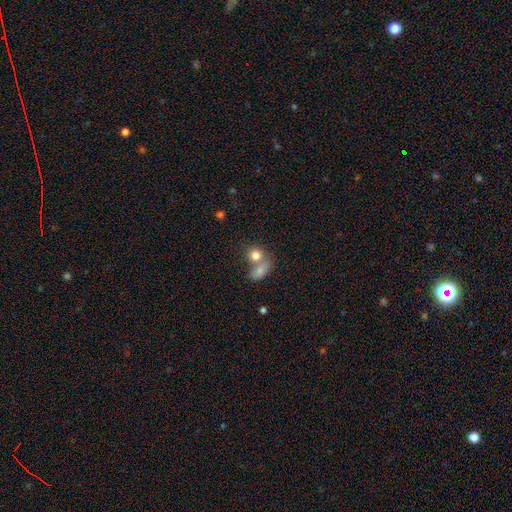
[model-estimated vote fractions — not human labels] smooth_or_featured: smooth (p=0.79) [alt: featured or disk p=0.11]
how_rounded: round (p=0.64) [alt: in between p=0.34]
merging: merger (p=0.51) [alt: none p=0.36]